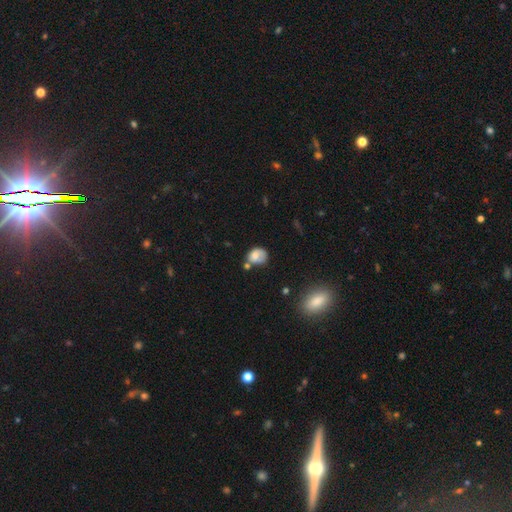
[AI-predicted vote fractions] smooth 70%, featured or disk 20%, star or artifact 9%. Down the decision tree: how rounded — round (52%); merging — none (40%).